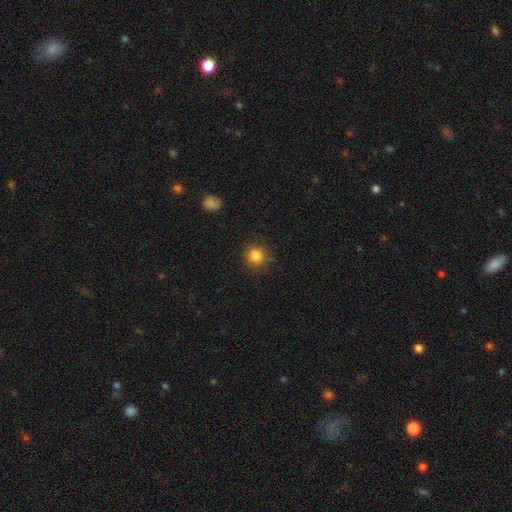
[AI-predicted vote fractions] smooth 84%, star or artifact 11%, featured or disk 4%. Down the decision tree: how rounded — round (93%); merging — none (89%).